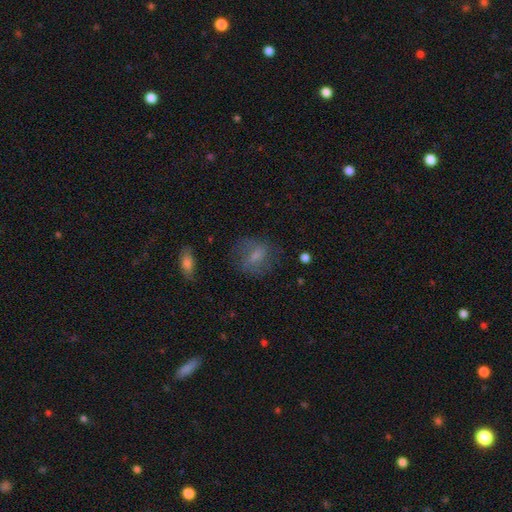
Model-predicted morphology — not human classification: This appears to be a smooth galaxy with no disk features (60%) that is in between round and cigar-shaped (55%). Merging: none (64%).